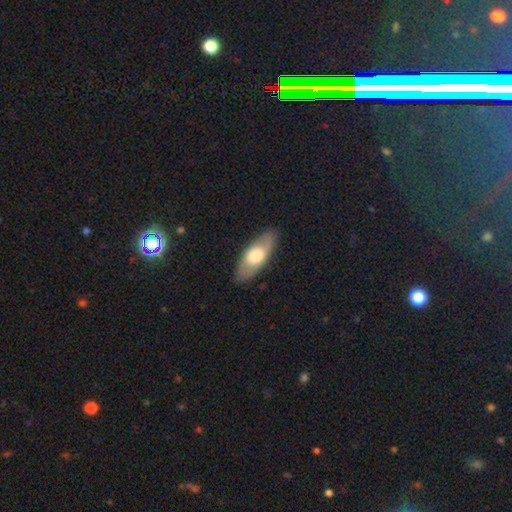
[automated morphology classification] This is possibly a smooth galaxy (57%). How rounded: clearly in between (81%). Merging: clearly none (85%).